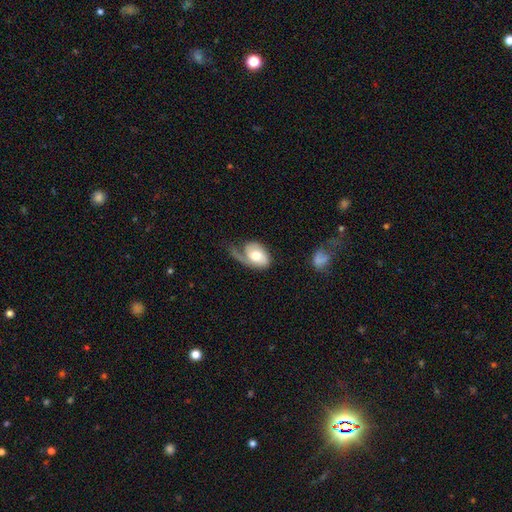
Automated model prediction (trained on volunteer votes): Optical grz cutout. It shows a featured or disk galaxy (48%). Merging: major disturbance (40%).